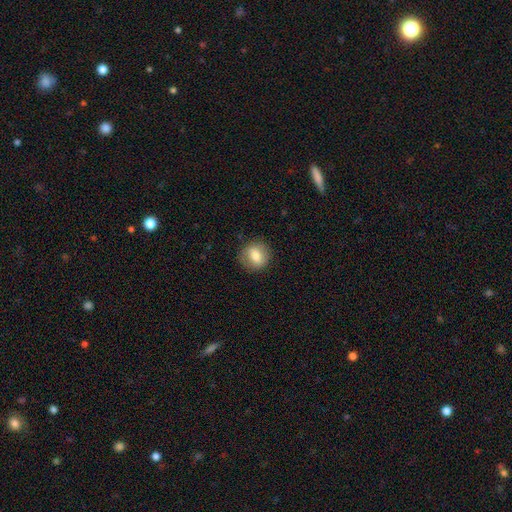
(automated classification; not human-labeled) This is likely a smooth galaxy (71%). How rounded: clearly round (82%). Merging: clearly none (85%).